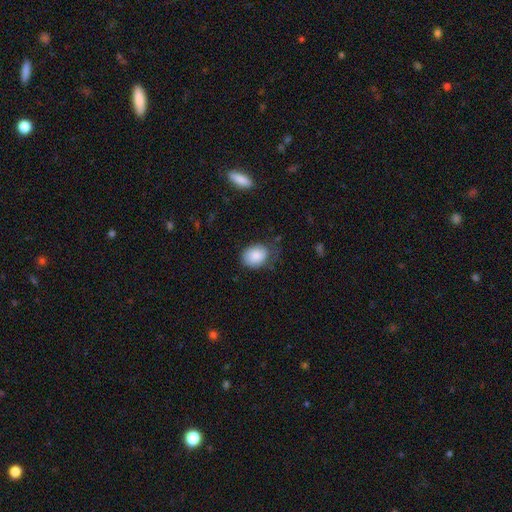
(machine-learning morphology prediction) The model was most divided on "how rounded": in between: 57%, round: 42%, cigar-shaped: 1%. More confident: smooth or featured — smooth (86%); merging — none (58%).